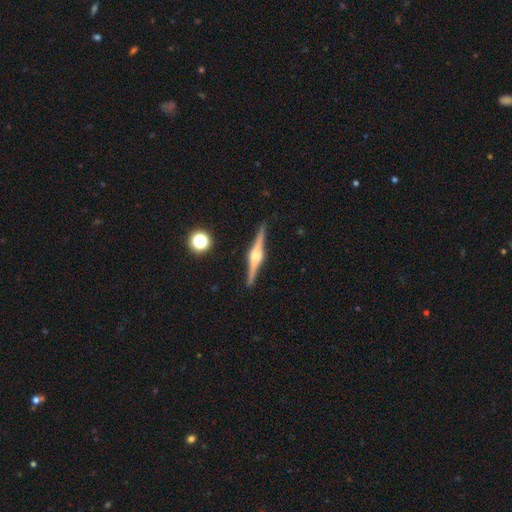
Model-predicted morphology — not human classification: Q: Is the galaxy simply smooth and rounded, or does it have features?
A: featured or disk — 86%.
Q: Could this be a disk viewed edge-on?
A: yes — 98%.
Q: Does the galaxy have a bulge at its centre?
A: rounded — 90%.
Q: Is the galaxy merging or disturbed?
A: none — 91%.